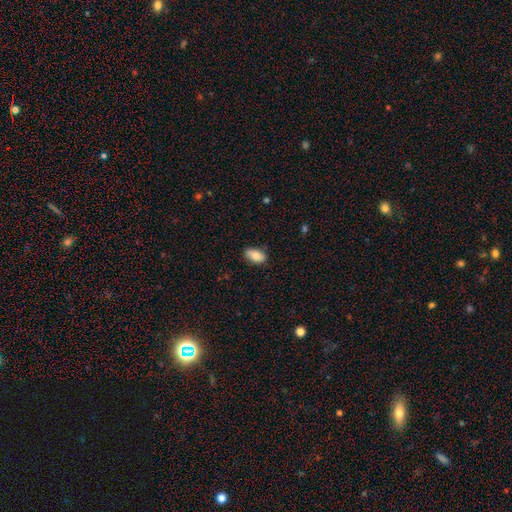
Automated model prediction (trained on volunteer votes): Smooth or featured? smooth (82%)
How rounded? in between (92%)
Merging? none (80%)